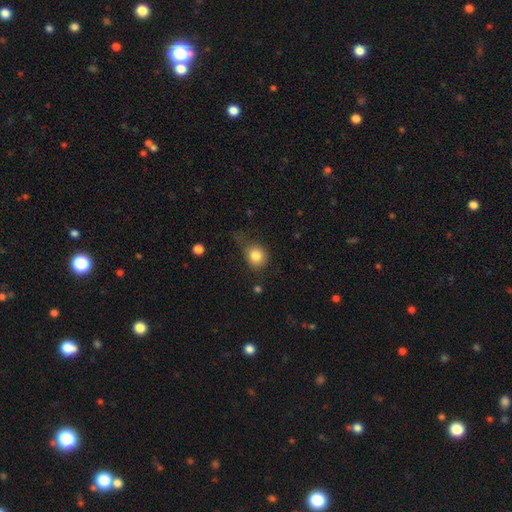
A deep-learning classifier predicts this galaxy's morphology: Smooth or featured?
  - smooth: 82% *
  - star or artifact: 10%
  - featured or disk: 8%
How rounded?
  - round: 75% *
  - in between: 24%
  - cigar-shaped: 1%
Merging?
  - none: 52% *
  - minor disturbance: 29%
  - major disturbance: 16%
  - merger: 4%